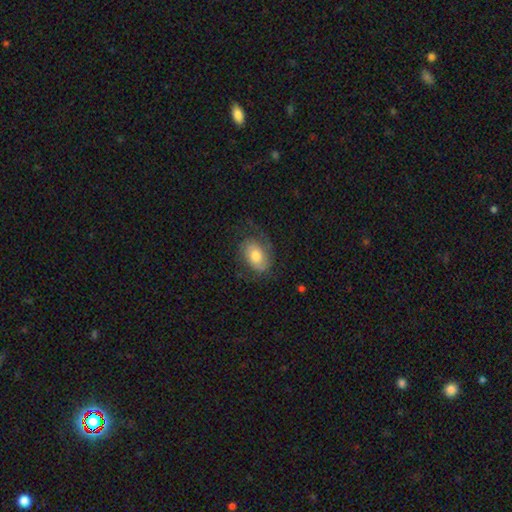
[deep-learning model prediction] This is possibly a smooth galaxy (50%). Merging: possibly none (60%).